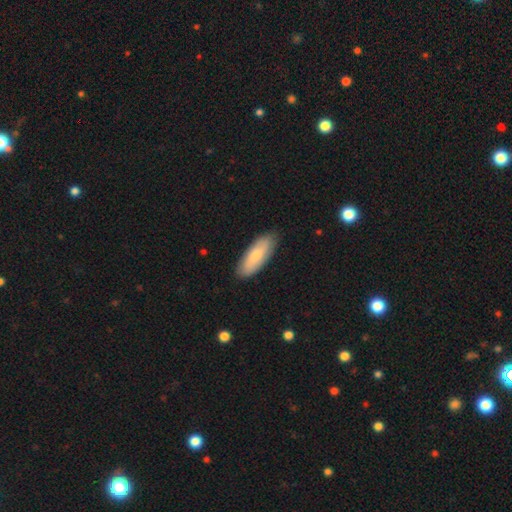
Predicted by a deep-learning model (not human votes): This is likely a smooth galaxy (75%). How rounded: likely in between (74%). Merging: clearly none (85%).